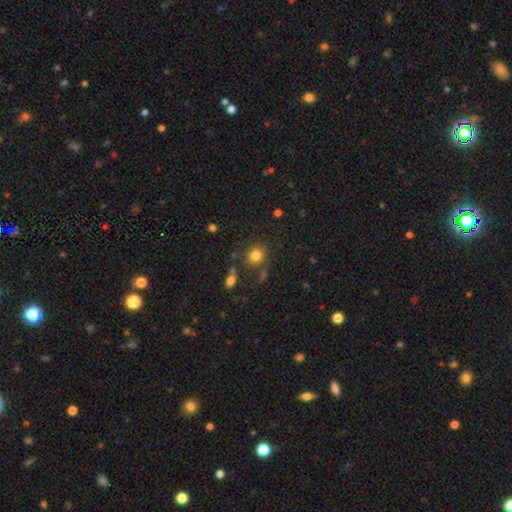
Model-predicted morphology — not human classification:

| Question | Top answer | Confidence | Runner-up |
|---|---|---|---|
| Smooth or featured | smooth | 80% | star or artifact (13%) |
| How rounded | round | 72% | in between (27%) |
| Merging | none | 76% | minor disturbance (12%) |